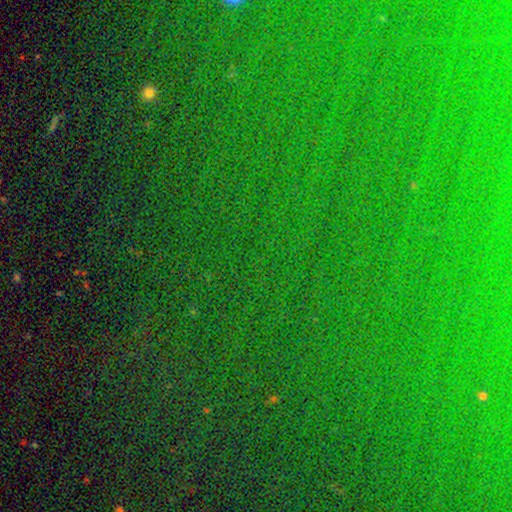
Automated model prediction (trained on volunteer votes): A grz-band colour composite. It shows a star or artifact, not a galaxy (82%).